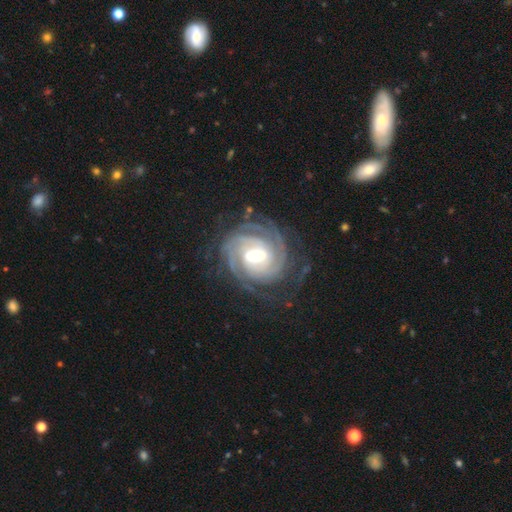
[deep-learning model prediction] smooth-or-featured: featured or disk: 91% | star or artifact: 5% | smooth: 5%
  disk-edge-on: no: 97% | yes: 3%
    bar: weak: 45% | strong: 39% | no: 16%
    has-spiral-arms: yes: 98% | no: 2%
      spiral-winding: tight: 79% | medium: 18% | loose: 3%
      spiral-arm-count: 3: 25% | 4: 23% | can't tell: 19% | 2: 17% | more than 4: 9% | 1: 6%
    bulge-size: moderate: 63% | small: 28% | large: 7% | none: 1% | dominant: 1%
  merging: none: 76% | minor disturbance: 15% | major disturbance: 7% | merger: 1%